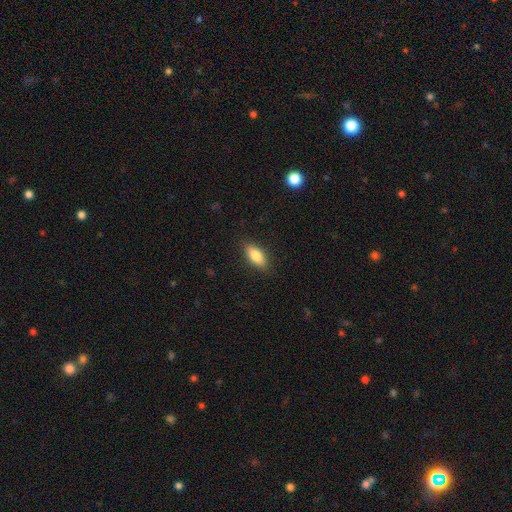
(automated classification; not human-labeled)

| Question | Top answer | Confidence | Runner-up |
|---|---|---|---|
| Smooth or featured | smooth | 81% | featured or disk (12%) |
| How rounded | in between | 80% | cigar-shaped (17%) |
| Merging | none | 87% | minor disturbance (10%) |